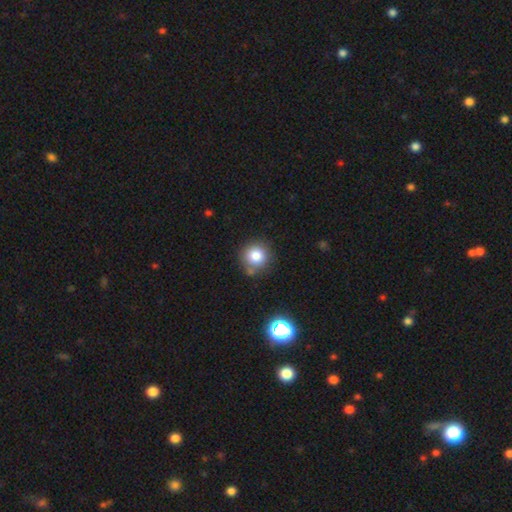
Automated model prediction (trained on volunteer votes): A smooth galaxy with no disk features (80%) that is round (93%). Merging: none (78%).